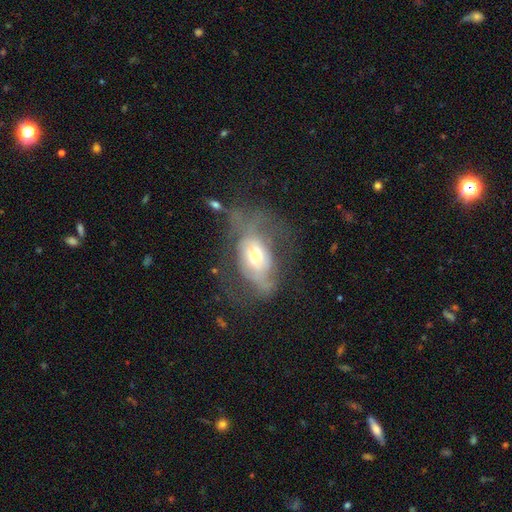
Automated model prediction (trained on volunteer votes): The model was most divided on "spiral arms": no: 57%, yes: 43%. More confident: edge-on disk — no (91%); bar — no (61%); smooth or featured — featured or disk (58%); bulge size — moderate (55%); merging — major disturbance (51%).